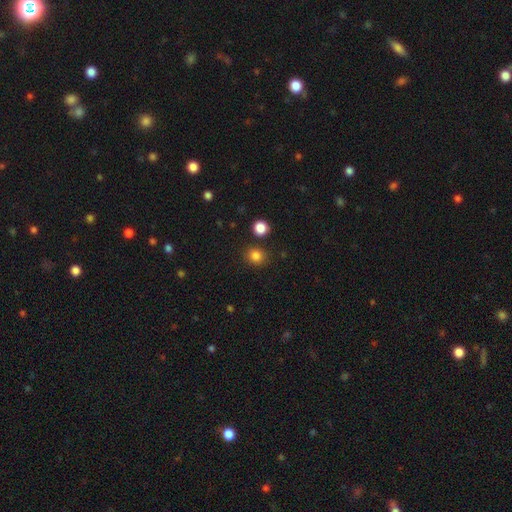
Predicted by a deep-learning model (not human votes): This appears to be a smooth galaxy with no disk features (83%) that is round (82%). Merging: none (86%).